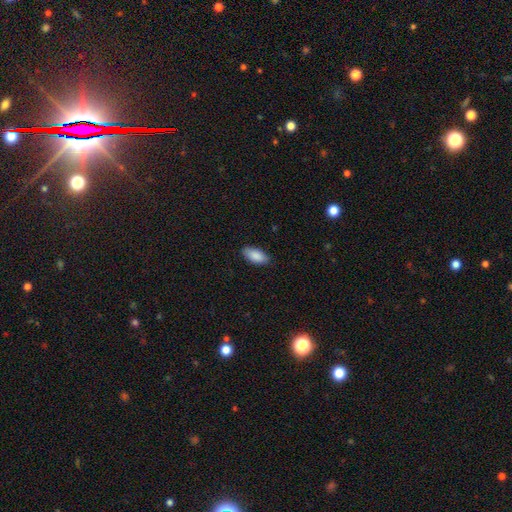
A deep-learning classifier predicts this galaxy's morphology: A smooth galaxy with no disk features (89%) that is in between round and cigar-shaped (92%). Merging: none (86%).